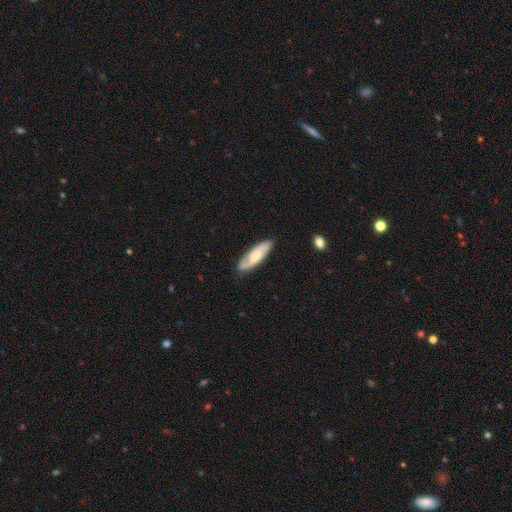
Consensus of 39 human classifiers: This is possibly a smooth galaxy (54%). How rounded: likely in between (71%). Merging: clearly none (97%).